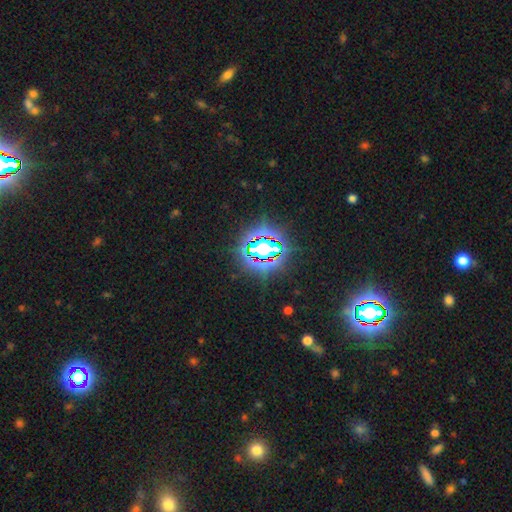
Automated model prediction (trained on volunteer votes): This appears to be a star or artifact, not a galaxy (74%).